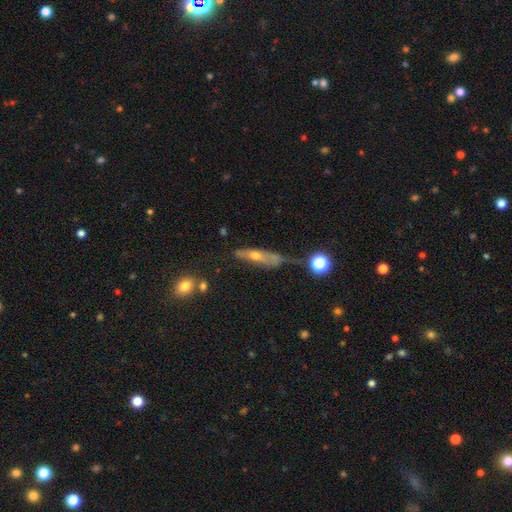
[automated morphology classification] Smooth or featured?
  - featured or disk: 55% *
  - smooth: 34%
  - star or artifact: 12%
Edge-on disk?
  - yes: 66% *
  - no: 34%
Merging?
  - none: 40% *
  - minor disturbance: 30%
  - major disturbance: 21%
  - merger: 9%